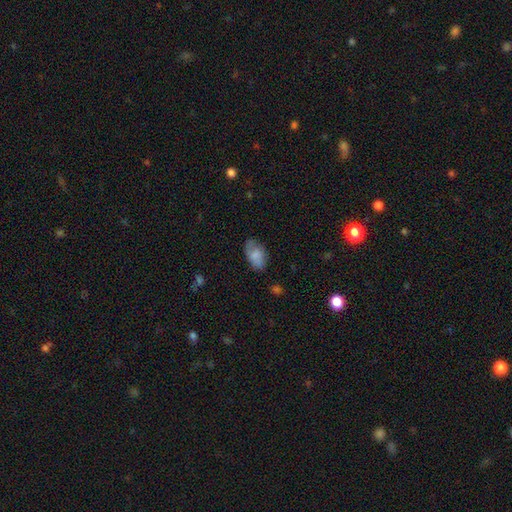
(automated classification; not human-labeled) Smooth or featured: smooth — 78% (featured or disk — 15%)
How rounded: in between — 93% (round — 6%)
Merging: none — 68% (minor disturbance — 24%)